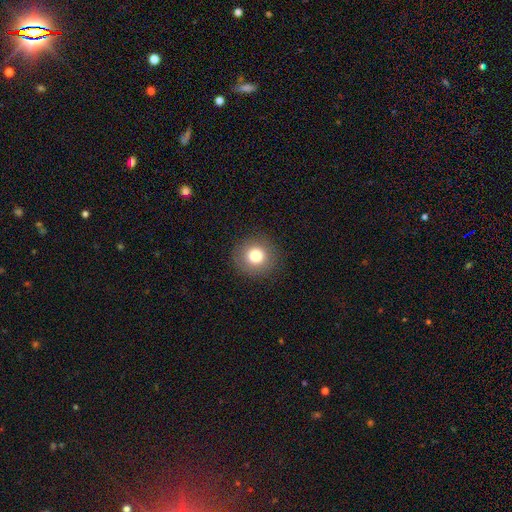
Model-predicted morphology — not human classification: Smooth or featured? smooth (79%)
How rounded? round (93%)
Merging? none (90%)